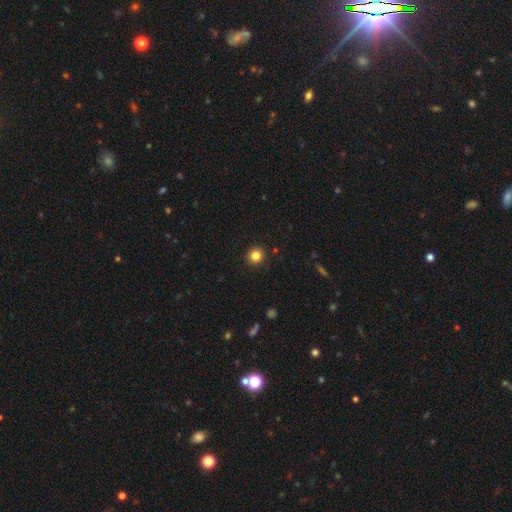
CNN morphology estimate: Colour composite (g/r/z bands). It shows a smooth galaxy with no disk features (83%) that is round (92%). Merging: none (92%).